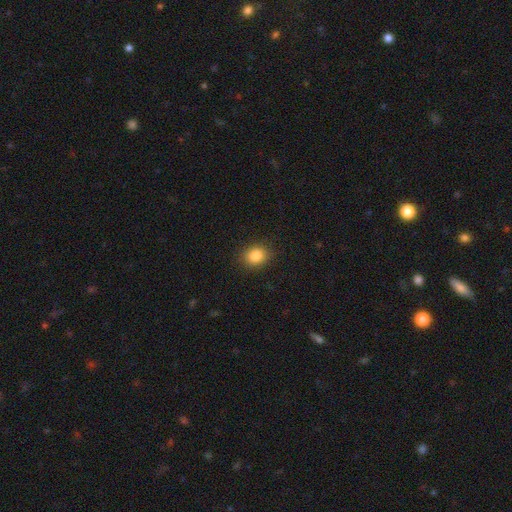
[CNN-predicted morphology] smooth 86%, star or artifact 10%, featured or disk 4%. Down the decision tree: how rounded — round (55%); merging — none (87%).